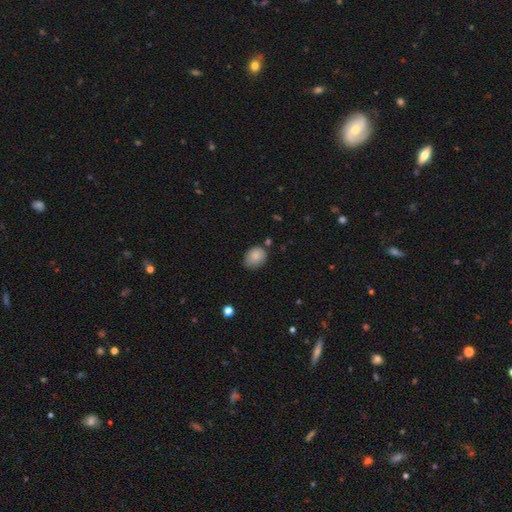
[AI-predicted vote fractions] Q: Smooth or featured?
A: smooth (81%); runner-up: featured or disk (11%)
Q: How rounded?
A: in between (57%); runner-up: round (42%)
Q: Merging?
A: none (62%); runner-up: minor disturbance (29%)